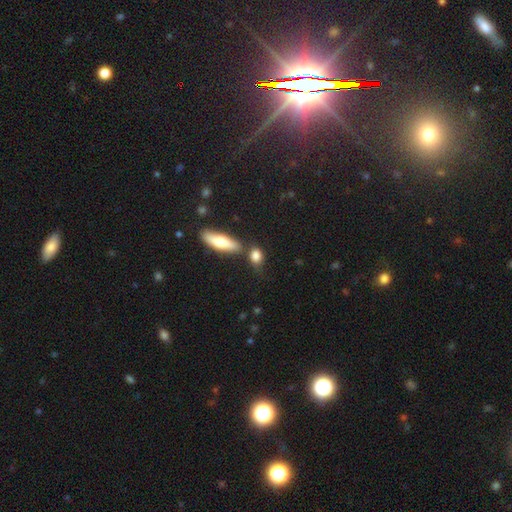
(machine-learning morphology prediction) smooth 83%, featured or disk 9%, star or artifact 8%. Down the decision tree: how rounded — in between (63%); merging — none (57%).